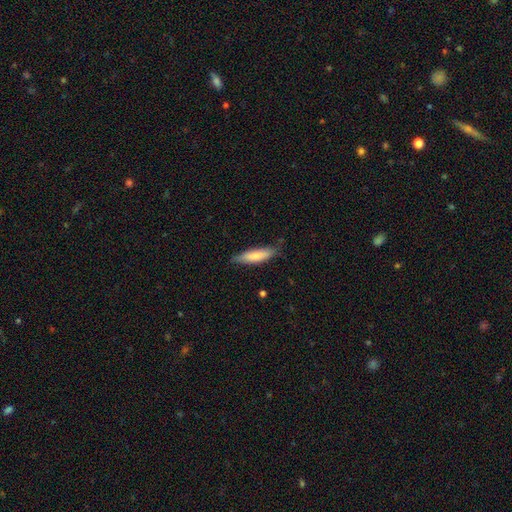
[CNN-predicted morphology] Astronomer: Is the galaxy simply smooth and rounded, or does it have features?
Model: smooth — 75%.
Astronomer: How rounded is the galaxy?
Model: cigar-shaped — 71%.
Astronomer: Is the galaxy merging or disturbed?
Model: none — 77%.